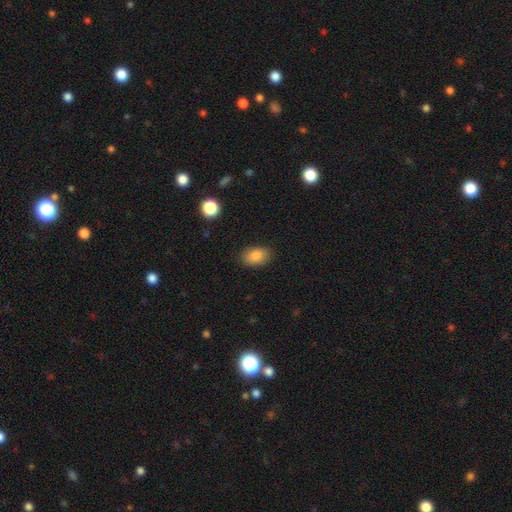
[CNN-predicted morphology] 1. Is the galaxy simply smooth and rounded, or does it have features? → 87% smooth, 8% star or artifact, 5% featured or disk.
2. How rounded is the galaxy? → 85% in between, 13% round, 1% cigar-shaped.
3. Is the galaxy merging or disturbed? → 85% none, 11% minor disturbance, 3% major disturbance, 1% merger.